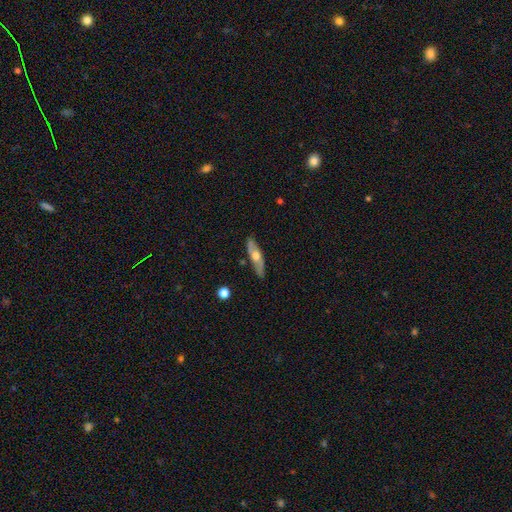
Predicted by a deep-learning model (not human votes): Overall: featured or disk (55%; smooth 39%). Edge-on disk: yes (62%; no 38%). Merging: none (84%).